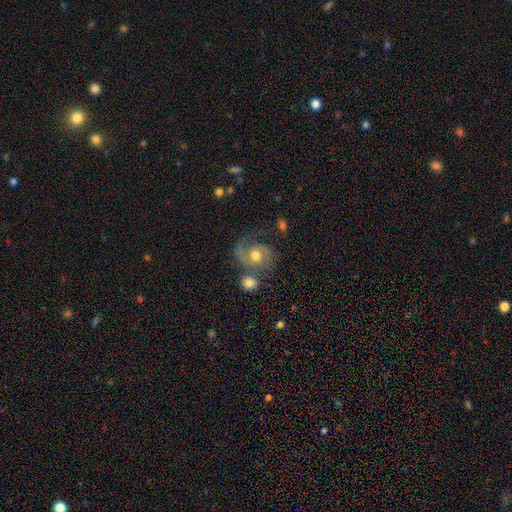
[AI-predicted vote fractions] The model was most divided on "spiral winding": medium: 55%, tight: 28%, loose: 17%. More confident: edge-on disk — no (98%); spiral arms — yes (95%); spiral arm count — 2 (87%); smooth or featured — featured or disk (81%); bulge size — moderate (74%); bar — no (61%); merging — none (60%).